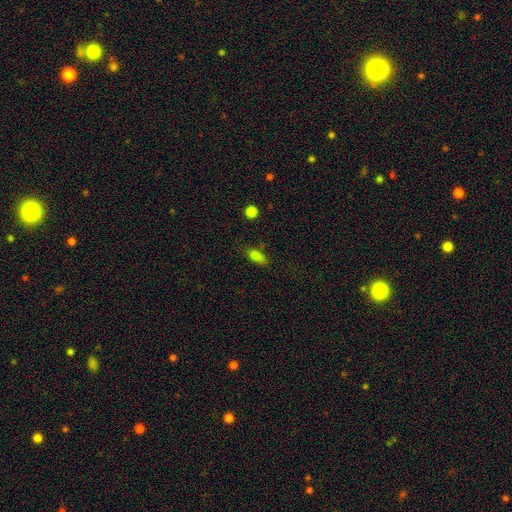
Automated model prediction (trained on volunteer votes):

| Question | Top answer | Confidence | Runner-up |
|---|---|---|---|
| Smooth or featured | smooth | 80% | star or artifact (12%) |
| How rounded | in between | 78% | cigar-shaped (17%) |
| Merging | none | 69% | minor disturbance (22%) |